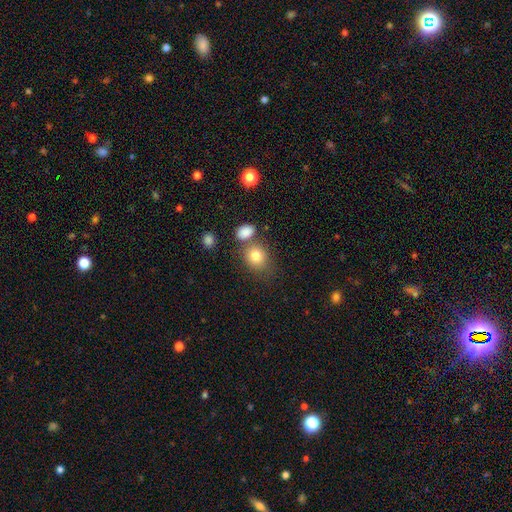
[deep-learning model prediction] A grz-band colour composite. It shows a smooth galaxy with no disk features (80%) that is round (65%). Merging: none (61%).